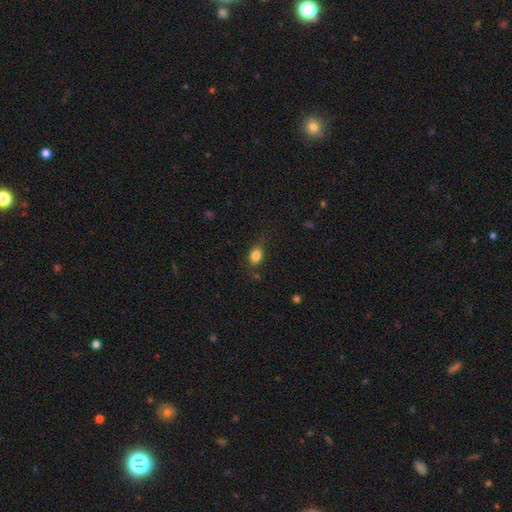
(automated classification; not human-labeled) Smooth or featured?
  - smooth: 84% *
  - star or artifact: 10%
  - featured or disk: 7%
How rounded?
  - in between: 72% *
  - round: 25%
  - cigar-shaped: 3%
Merging?
  - none: 70% *
  - minor disturbance: 22%
  - major disturbance: 7%
  - merger: 2%